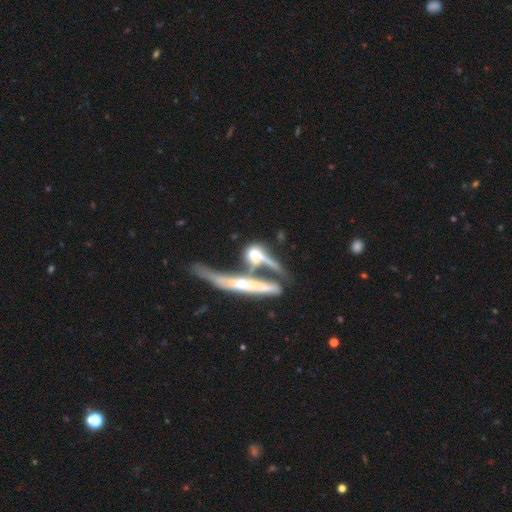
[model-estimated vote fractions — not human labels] A featured or disk galaxy (54%) viewed edge-on (61%).

Vote fractions:
- Smooth or featured? featured or disk: 54% / smooth: 36% / star or artifact: 10%
- Edge-on disk? yes: 61% / no: 39%
- Merging? merger: 55% / none: 20% / major disturbance: 16% / minor disturbance: 9%